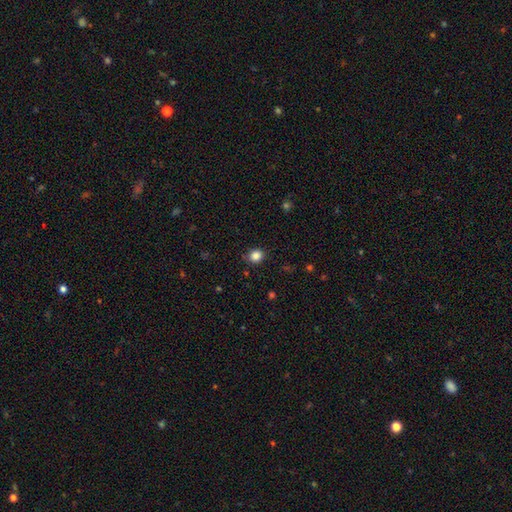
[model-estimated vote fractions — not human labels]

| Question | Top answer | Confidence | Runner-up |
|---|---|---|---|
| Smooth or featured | smooth | 85% | star or artifact (11%) |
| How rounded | round | 74% | in between (25%) |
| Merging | none | 85% | minor disturbance (11%) |